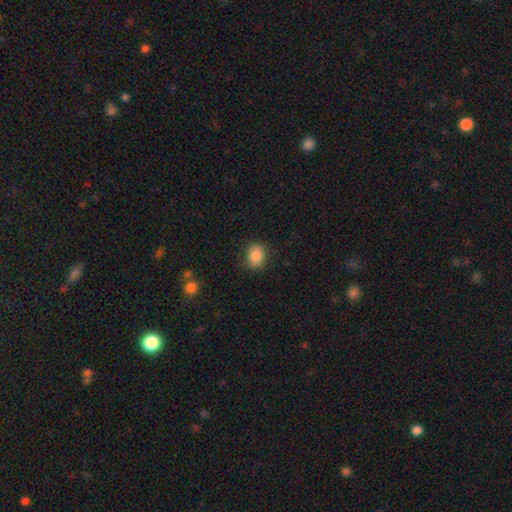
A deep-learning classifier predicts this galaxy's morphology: smooth_or_featured: smooth (p=0.86) [alt: star or artifact p=0.09]
how_rounded: round (p=0.52) [alt: in between p=0.47]
merging: none (p=0.83) [alt: minor disturbance p=0.13]